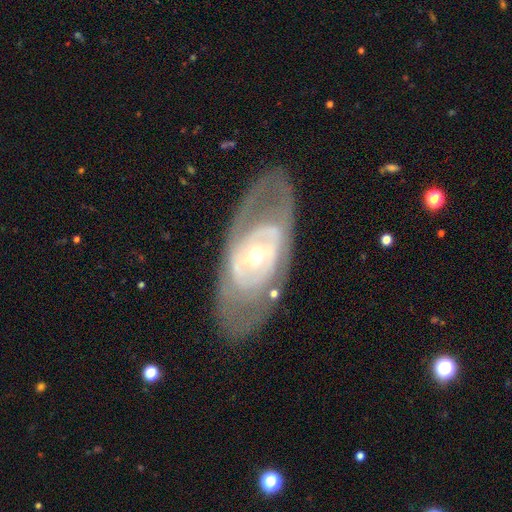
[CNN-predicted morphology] Smooth or featured: featured or disk — 81% (smooth — 13%)
Edge-on disk: no — 91% (yes — 9%)
Bar: no — 61% (weak — 25%)
Spiral arms: yes — 60% (no — 40%)
Bulge size: small — 55% (moderate — 40%)
Merging: none — 75% (minor disturbance — 14%)